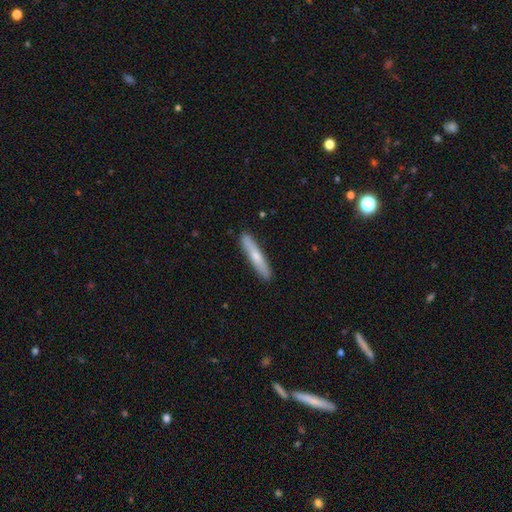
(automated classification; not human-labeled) The model was most divided on "smooth or featured": smooth: 61%, featured or disk: 33%, star or artifact: 5%. More confident: how rounded — cigar-shaped (93%); merging — none (89%).